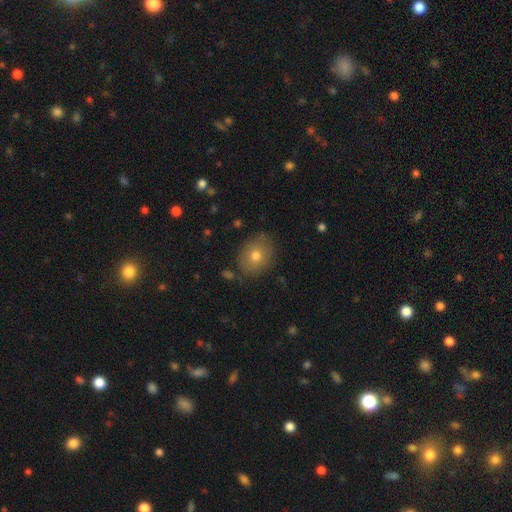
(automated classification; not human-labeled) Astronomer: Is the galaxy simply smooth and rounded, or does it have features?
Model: smooth — 73%.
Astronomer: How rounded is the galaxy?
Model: round — 54% (runner-up: in between, 45%).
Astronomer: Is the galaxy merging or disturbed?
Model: none — 81%.